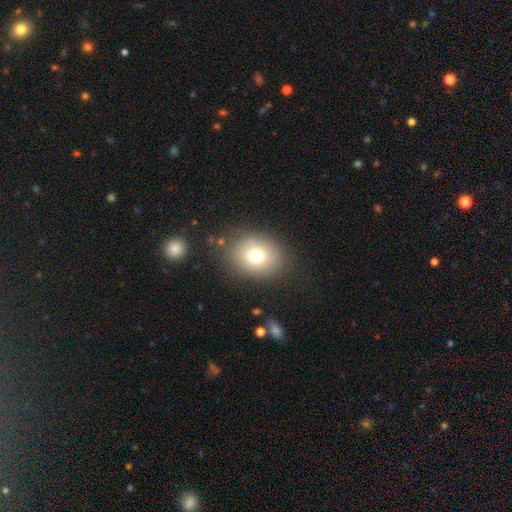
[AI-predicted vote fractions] Smooth or featured? smooth (77%)
How rounded? in between (54%)
Merging? none (82%)